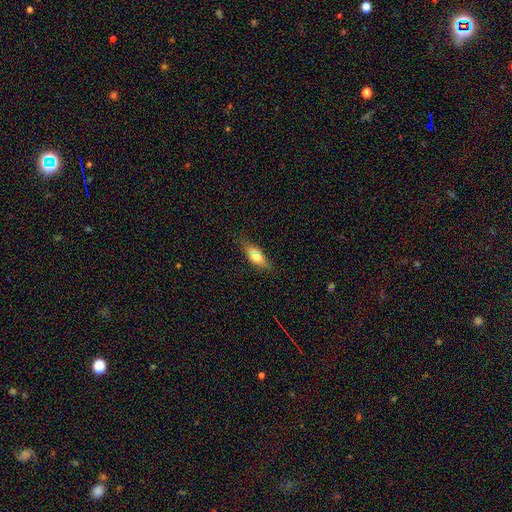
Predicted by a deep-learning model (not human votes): Smooth or featured? smooth (66%)
How rounded? in between (63%)
Merging? none (79%)